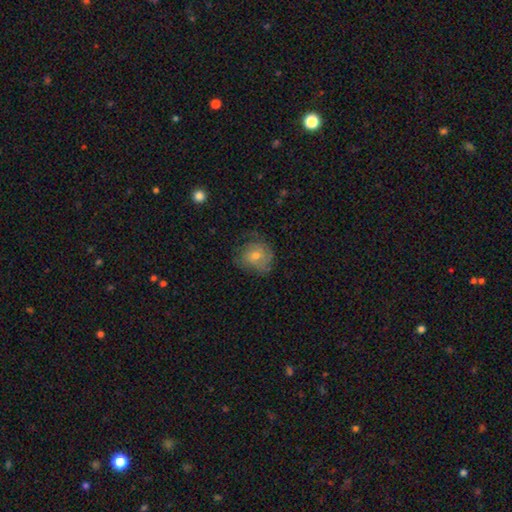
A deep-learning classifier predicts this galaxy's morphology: smooth-or-featured: featured or disk: 50% | smooth: 39% | star or artifact: 11%
  disk-edge-on: no: 97% | yes: 3%
  merging: none: 64% | minor disturbance: 23% | major disturbance: 12% | merger: 1%